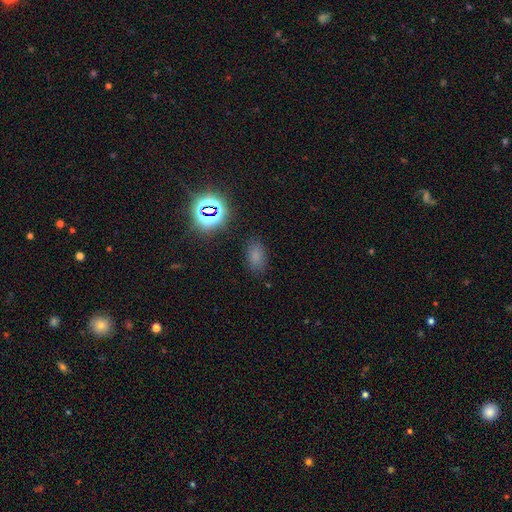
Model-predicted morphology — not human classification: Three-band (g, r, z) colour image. It shows a smooth galaxy with no disk features (68%) that is in between round and cigar-shaped (87%). Merging: none (81%).